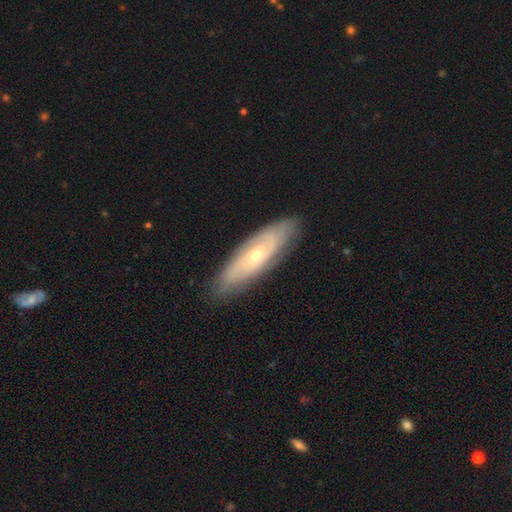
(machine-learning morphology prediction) The model was most divided on "bulge size": small: 63%, moderate: 33%, large: 1%, none: 1%, dominant: 1%. More confident: merging — none (82%); edge-on disk — no (78%); bar — no (77%); spiral arms — yes (76%); smooth or featured — featured or disk (66%).